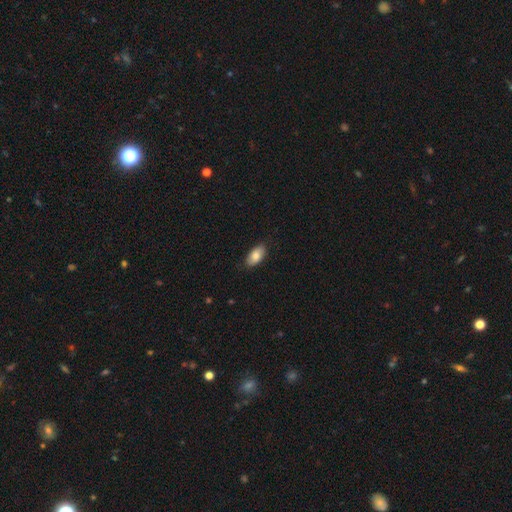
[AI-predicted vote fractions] Smooth or featured: smooth — 81% (featured or disk — 13%)
How rounded: in between — 93% (cigar-shaped — 3%)
Merging: none — 84% (minor disturbance — 13%)